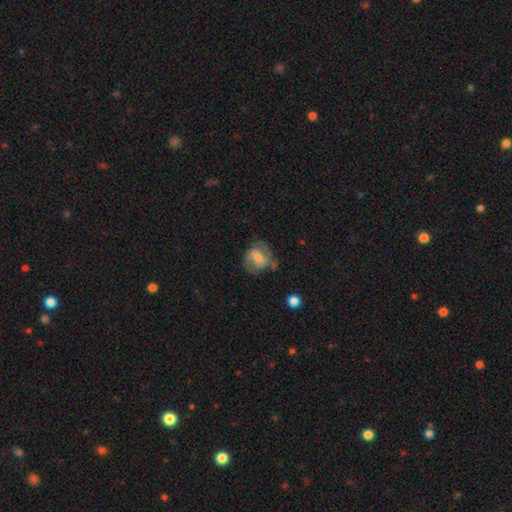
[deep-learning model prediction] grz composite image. It shows a featured or disk galaxy (53%) with a weak bar (45%), spiral arms (76%) and a moderate central bulge (47%). Merging: none (58%).